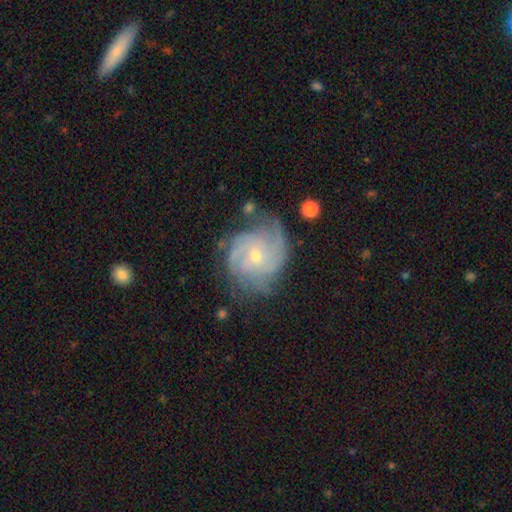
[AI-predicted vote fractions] Smooth or featured? Predicted: featured or disk (p=0.84). Edge-on disk? Predicted: no (p=0.98). Bar? Predicted: no (p=0.71). Spiral arms? Predicted: yes (p=0.95). Spiral winding? Predicted: tight (p=0.57). Spiral arm count? Predicted: can't tell (p=0.28). Bulge size? Predicted: small (p=0.67). Merging? Predicted: none (p=0.66).